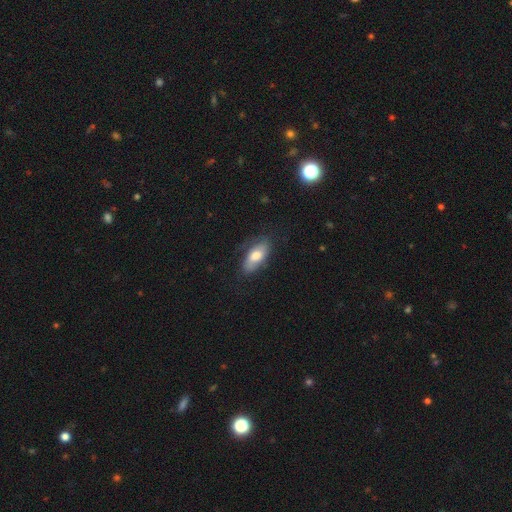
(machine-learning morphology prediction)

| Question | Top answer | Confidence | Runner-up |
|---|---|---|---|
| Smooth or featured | smooth | 61% | featured or disk (33%) |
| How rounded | in between | 87% | cigar-shaped (10%) |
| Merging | none | 63% | minor disturbance (25%) |